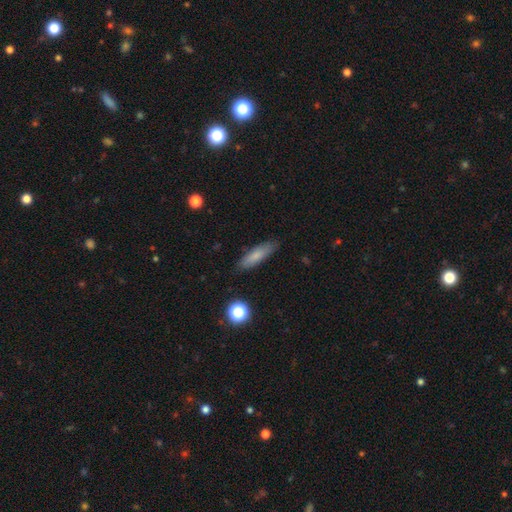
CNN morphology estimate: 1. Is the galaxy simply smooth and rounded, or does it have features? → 77% smooth, 15% featured or disk, 8% star or artifact.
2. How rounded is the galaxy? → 67% cigar-shaped, 31% in between, 2% round.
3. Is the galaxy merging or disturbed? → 86% none, 10% minor disturbance, 2% major disturbance, 1% merger.